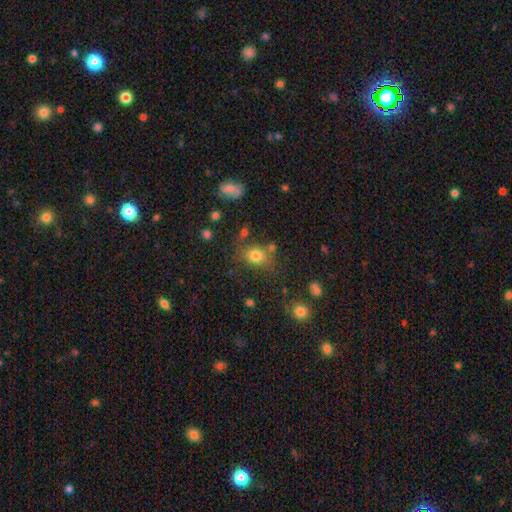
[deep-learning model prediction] Smooth or featured? Predicted: smooth (p=0.78). How rounded? Predicted: in between (p=0.52). Merging? Predicted: none (p=0.68).